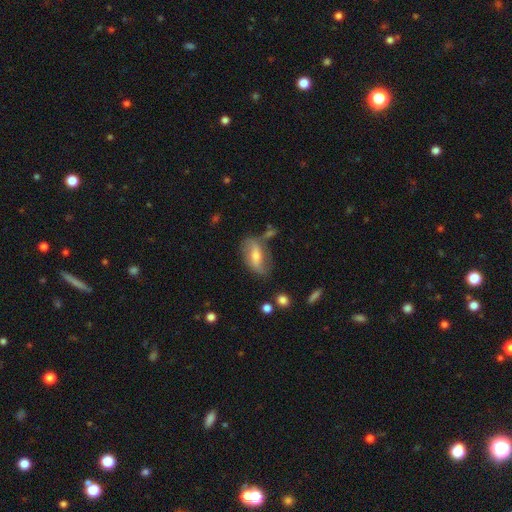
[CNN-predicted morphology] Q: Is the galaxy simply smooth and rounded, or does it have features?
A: featured or disk — 62%.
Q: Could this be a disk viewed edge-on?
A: no — 88%.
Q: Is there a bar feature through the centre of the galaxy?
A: weak — 38%.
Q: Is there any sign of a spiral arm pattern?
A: yes — 81%.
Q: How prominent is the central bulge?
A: moderate — 54%.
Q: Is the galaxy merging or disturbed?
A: none — 64%.